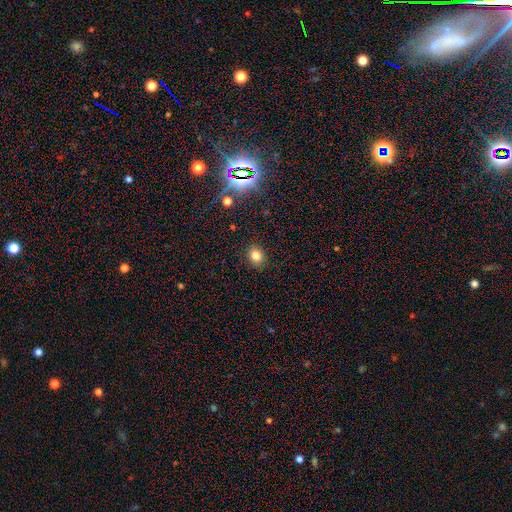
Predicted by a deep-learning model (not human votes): Smooth or featured? smooth (79%)
How rounded? in between (52%)
Merging? none (87%)